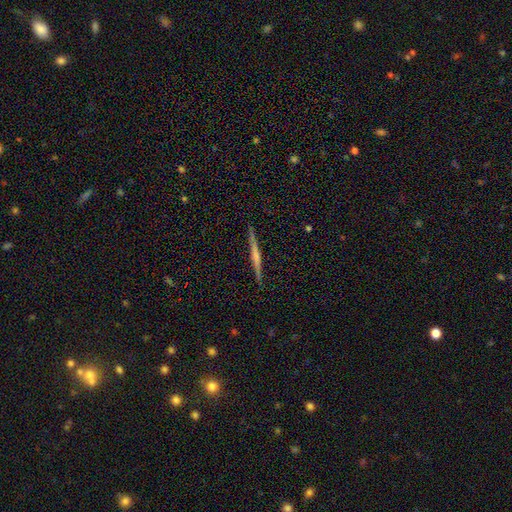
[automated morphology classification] Smooth or featured?
  - featured or disk: 64% *
  - smooth: 30%
  - star or artifact: 6%
Edge-on disk?
  - yes: 98% *
  - no: 2%
Edge-on bulge?
  - rounded: 44% *
  - none: 43%
  - boxy: 14%
Merging?
  - none: 91% *
  - minor disturbance: 7%
  - major disturbance: 1%
  - merger: 1%